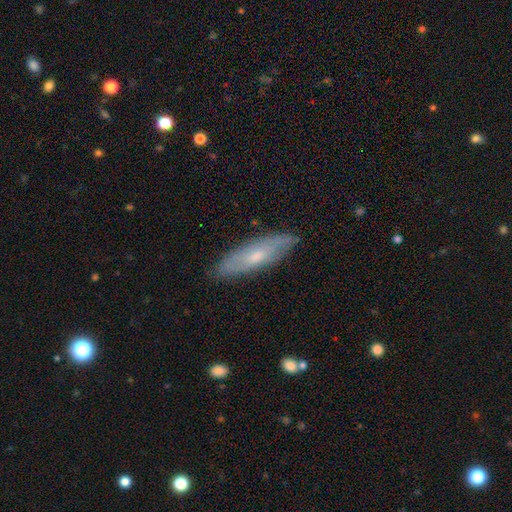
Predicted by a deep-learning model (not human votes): smooth_or_featured: smooth (p=0.52) [alt: featured or disk p=0.42]
how_rounded: cigar-shaped (p=0.58) [alt: in between p=0.40]
merging: none (p=0.83) [alt: minor disturbance p=0.13]